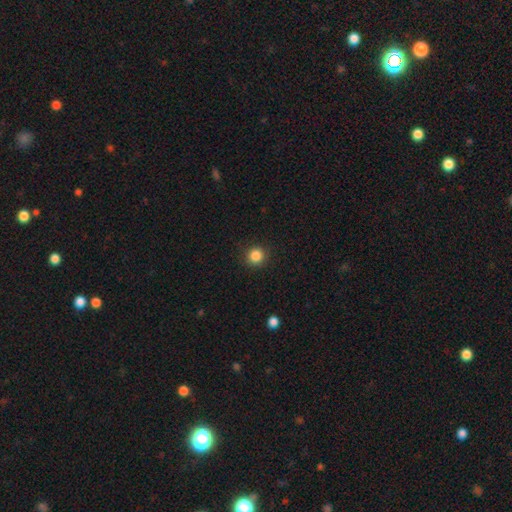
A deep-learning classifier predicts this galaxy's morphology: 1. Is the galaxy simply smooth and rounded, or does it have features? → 86% smooth, 11% star or artifact, 3% featured or disk.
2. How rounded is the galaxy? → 93% round, 6% in between, 1% cigar-shaped.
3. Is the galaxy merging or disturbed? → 91% none, 6% minor disturbance, 2% major disturbance, 1% merger.